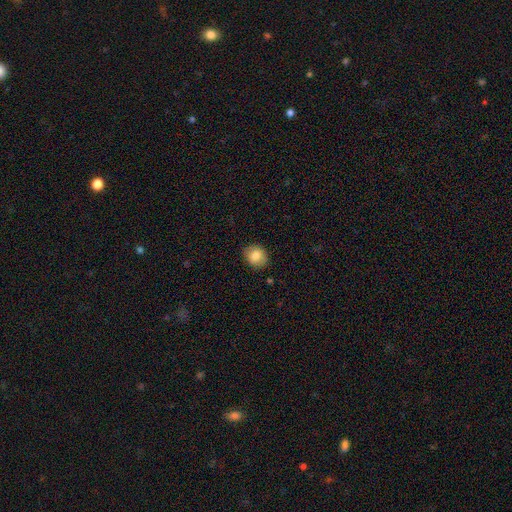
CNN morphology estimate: smooth-or-featured: smooth: 83% | featured or disk: 9% | star or artifact: 9%
  how-rounded: round: 65% | in between: 34% | cigar-shaped: 1%
  merging: none: 86% | minor disturbance: 11% | major disturbance: 2% | merger: 1%